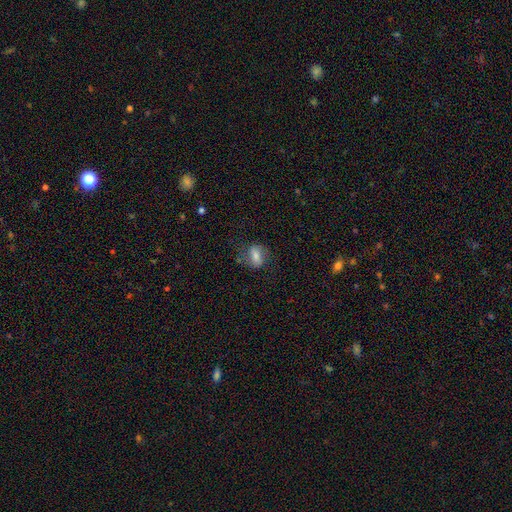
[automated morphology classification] smooth-or-featured: smooth: 64% | featured or disk: 26% | star or artifact: 10%
  how-rounded: in between: 72% | round: 24% | cigar-shaped: 4%
  merging: none: 65% | minor disturbance: 21% | major disturbance: 11% | merger: 3%